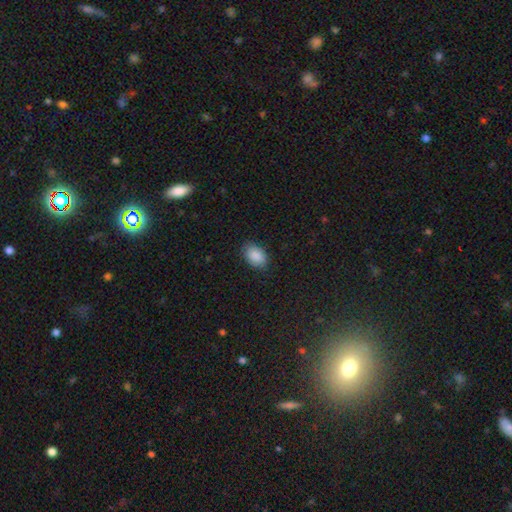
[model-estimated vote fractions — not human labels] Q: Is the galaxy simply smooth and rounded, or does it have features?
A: smooth — 89%.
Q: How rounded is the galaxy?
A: in between — 88%.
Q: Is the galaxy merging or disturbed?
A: none — 84%.